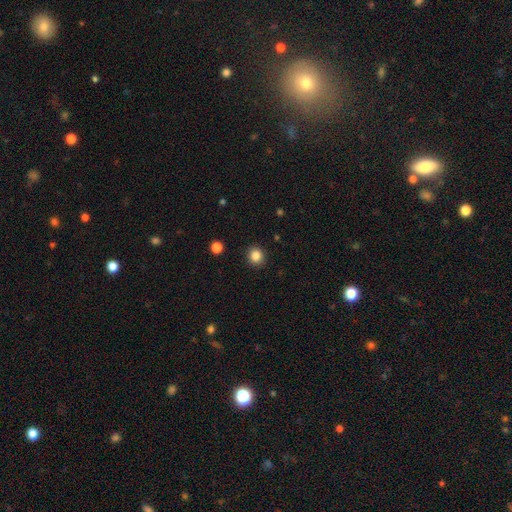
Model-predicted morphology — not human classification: This is clearly a smooth galaxy (85%). How rounded: clearly round (89%). Merging: clearly none (91%).